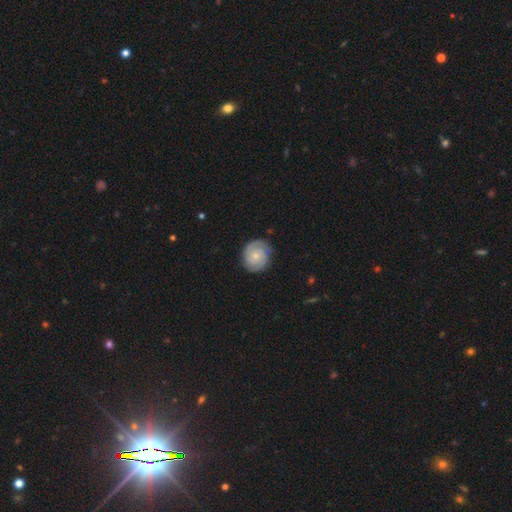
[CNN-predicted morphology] This is possibly a featured or disk galaxy (58%). It is clearly not viewed edge-on (98%). Bar: likely no (77%). Spiral arm pattern: clearly yes (88%). Spiral arm count: possibly 2 (57%). Spiral winding: likely tight (67%). Central bulge: likely small (61%). Merging: clearly none (80%).